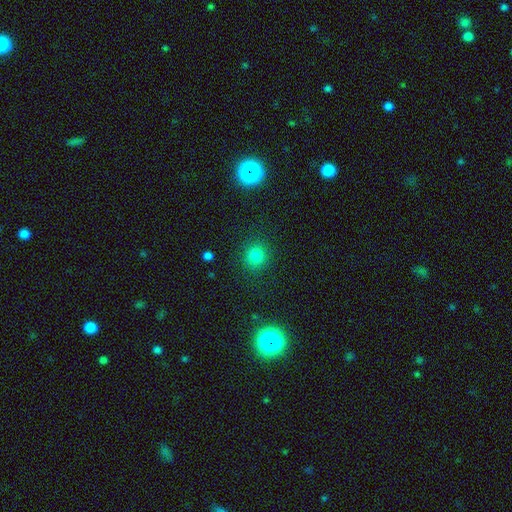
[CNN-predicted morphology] Smooth or featured?
  - smooth: 81% *
  - star or artifact: 14%
  - featured or disk: 5%
How rounded?
  - round: 89% *
  - in between: 10%
  - cigar-shaped: 1%
Merging?
  - none: 88% *
  - minor disturbance: 7%
  - major disturbance: 3%
  - merger: 2%